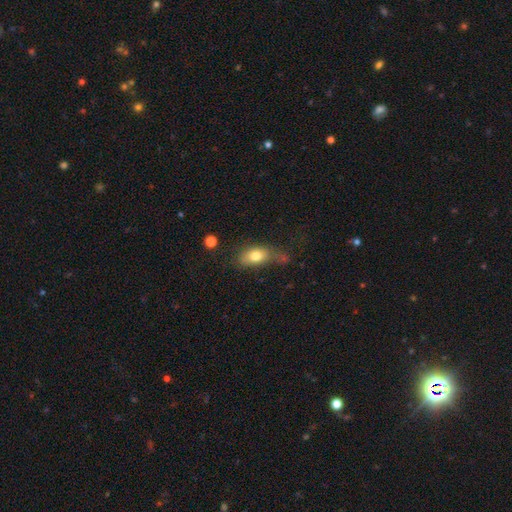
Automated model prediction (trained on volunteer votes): smooth-or-featured: smooth: 77% | featured or disk: 14% | star or artifact: 9%
  how-rounded: in between: 83% | round: 12% | cigar-shaped: 5%
  merging: none: 40% | minor disturbance: 29% | major disturbance: 19% | merger: 12%